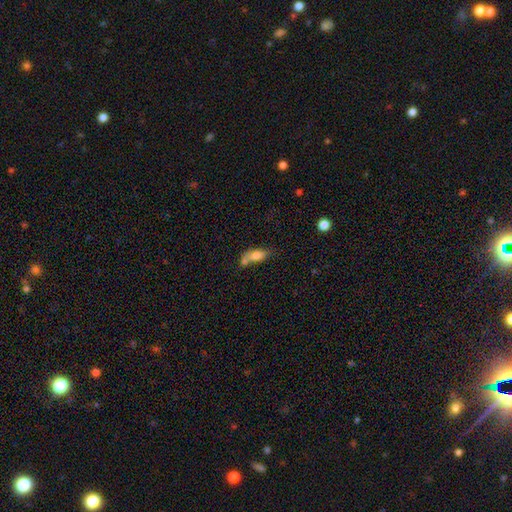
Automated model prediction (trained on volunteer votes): Smooth or featured? smooth (75%)
How rounded? in between (78%)
Merging? merger (43%)